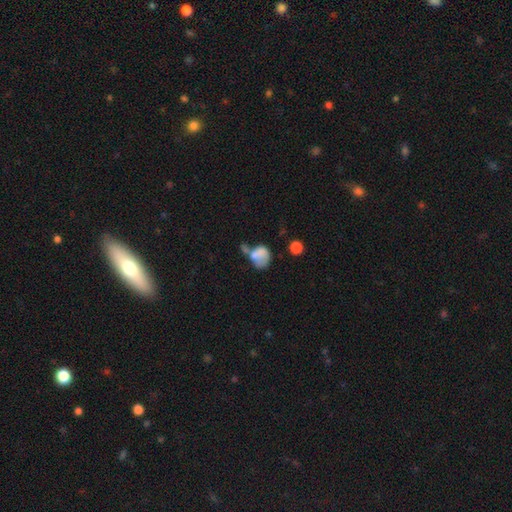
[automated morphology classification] Smooth or featured: smooth — 70% (featured or disk — 20%)
How rounded: in between — 56% (round — 43%)
Merging: merger — 36% (none — 23%)